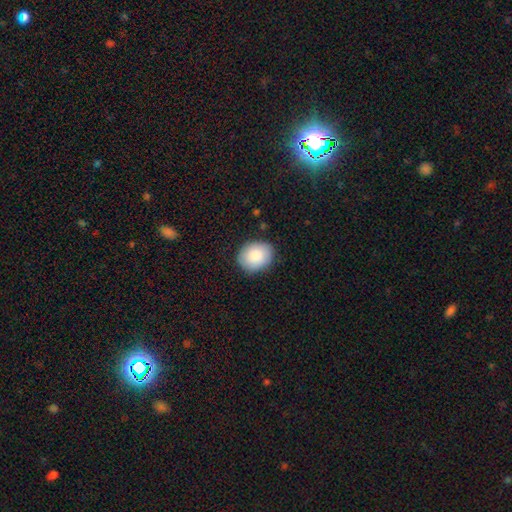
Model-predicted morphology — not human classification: Smooth or featured? smooth (87%)
How rounded? round (53%)
Merging? none (86%)